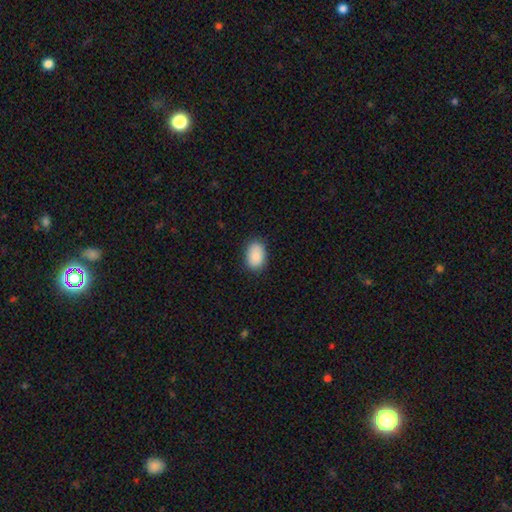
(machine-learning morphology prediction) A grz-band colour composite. It shows a smooth galaxy with no disk features (89%) that is in between round and cigar-shaped (86%). Merging: none (85%).